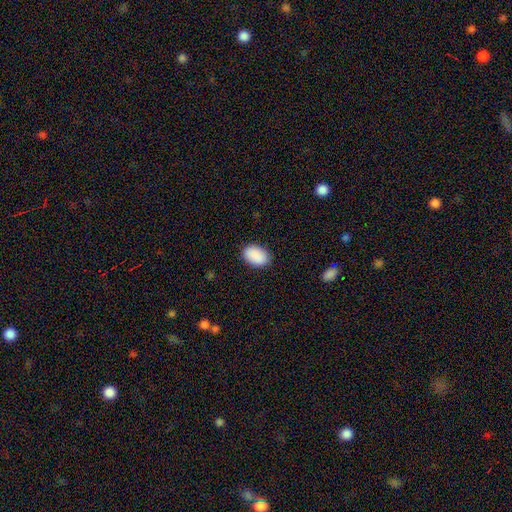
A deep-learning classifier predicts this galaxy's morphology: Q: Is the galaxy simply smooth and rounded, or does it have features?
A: smooth — 91%.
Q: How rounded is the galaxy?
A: in between — 90%.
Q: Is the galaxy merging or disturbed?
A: none — 87%.